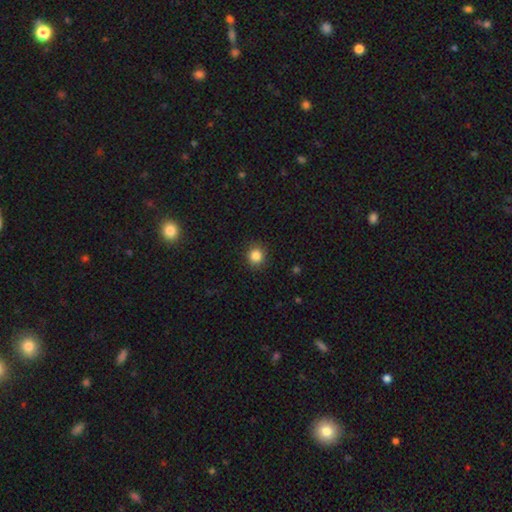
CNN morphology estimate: smooth 85%, star or artifact 11%, featured or disk 4%. Down the decision tree: how rounded — round (89%); merging — none (90%).